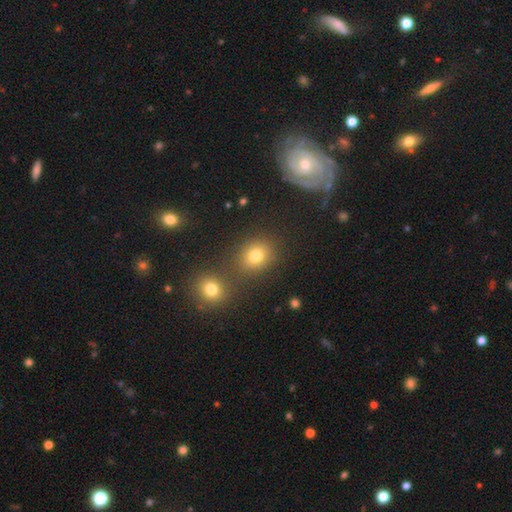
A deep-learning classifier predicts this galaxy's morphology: smooth-or-featured: smooth: 76% | star or artifact: 17% | featured or disk: 7%
  how-rounded: round: 69% | in between: 30% | cigar-shaped: 1%
  merging: none: 72% | merger: 15% | minor disturbance: 9% | major disturbance: 4%